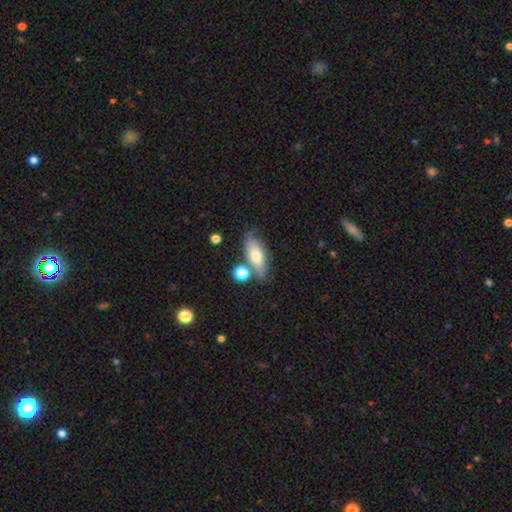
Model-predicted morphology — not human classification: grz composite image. It shows a smooth galaxy with no disk features (66%) that is in between round and cigar-shaped (71%). Merging: none (68%).